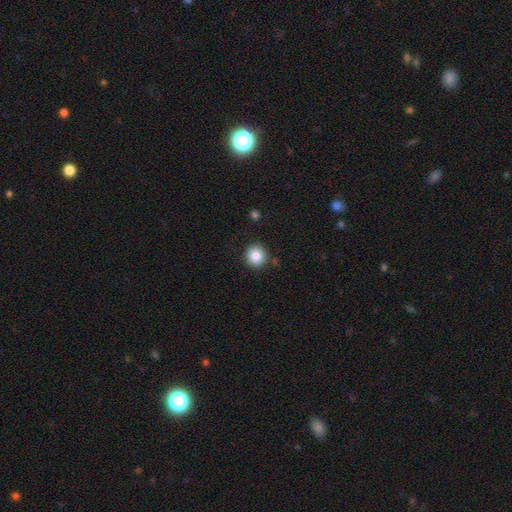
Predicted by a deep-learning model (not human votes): A smooth galaxy with no disk features (86%) that is round (88%). Merging: none (87%).